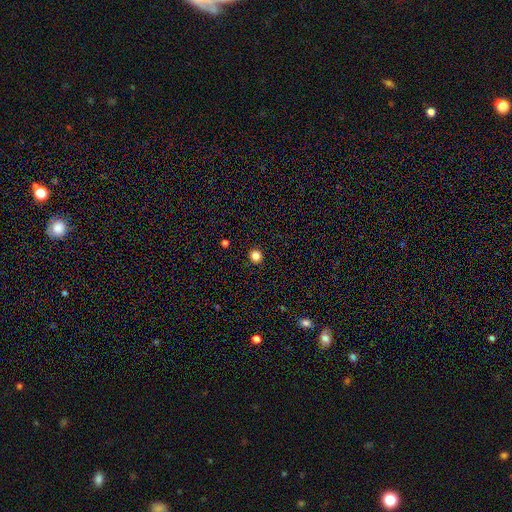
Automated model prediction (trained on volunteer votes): Morphology: type=smooth (84%); roundness=round (93%); merging=none (93%).